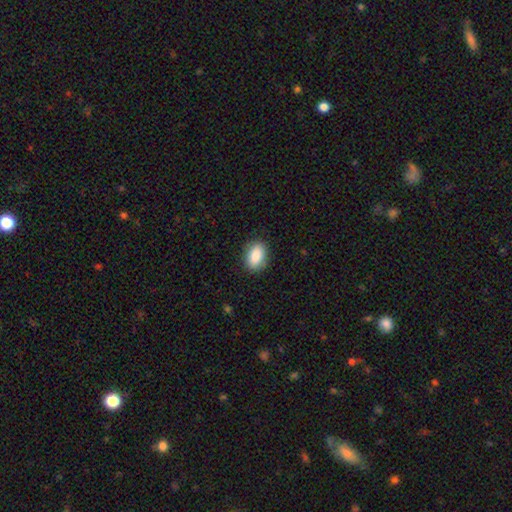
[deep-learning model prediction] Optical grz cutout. It shows a smooth galaxy with no disk features (88%) that is in between round and cigar-shaped (87%). Merging: none (87%).